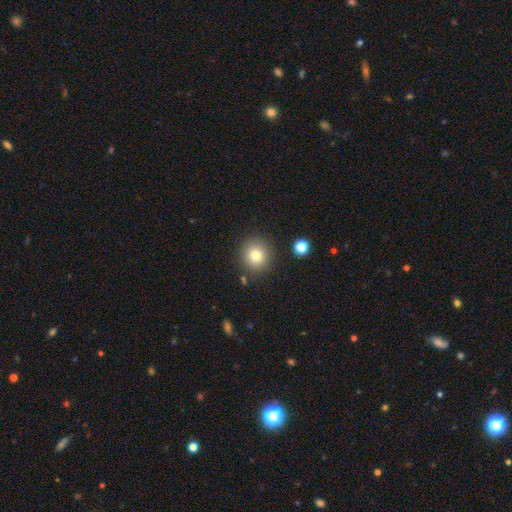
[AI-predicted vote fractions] Smooth or featured? smooth (79%)
How rounded? round (91%)
Merging? none (87%)